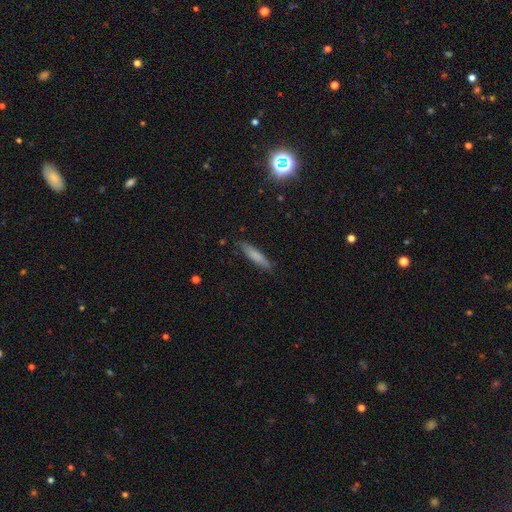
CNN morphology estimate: Q: Smooth or featured?
A: smooth (75%); runner-up: featured or disk (18%)
Q: How rounded?
A: cigar-shaped (86%); runner-up: in between (13%)
Q: Merging?
A: none (85%); runner-up: minor disturbance (11%)